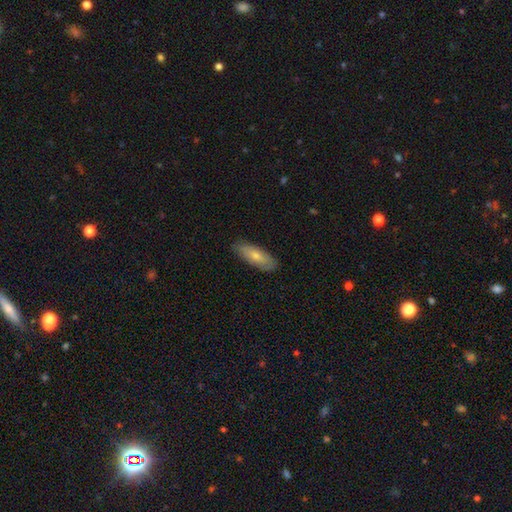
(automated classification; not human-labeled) The model was most divided on "how rounded": in between: 69%, cigar-shaped: 29%, round: 2%. More confident: merging — none (85%); smooth or featured — smooth (70%).